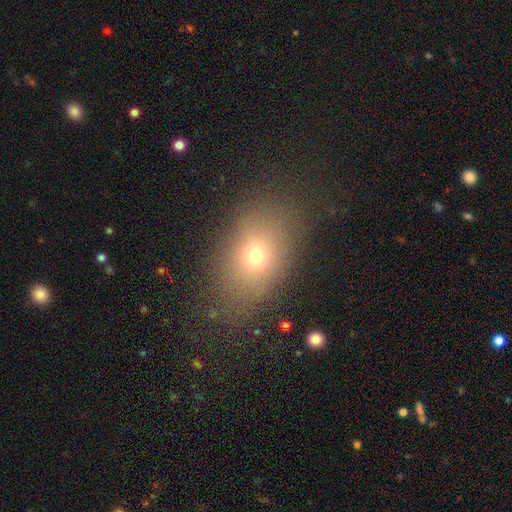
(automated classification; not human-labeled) The model was most divided on "how rounded": in between: 74%, round: 23%, cigar-shaped: 2%. More confident: merging — none (78%); smooth or featured — smooth (68%).